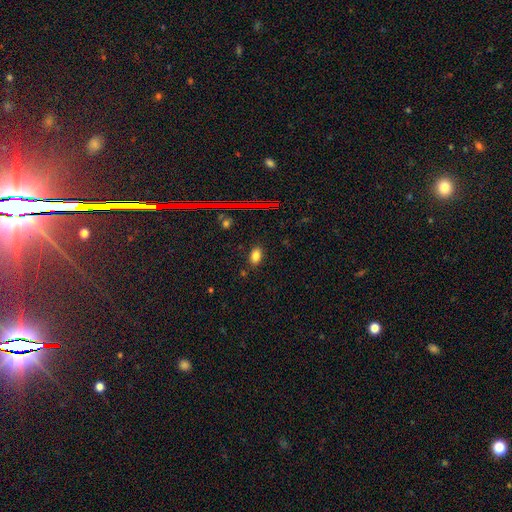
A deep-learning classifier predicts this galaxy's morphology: Q: Smooth or featured?
A: smooth (79%); runner-up: star or artifact (14%)
Q: How rounded?
A: in between (87%); runner-up: round (11%)
Q: Merging?
A: none (85%); runner-up: minor disturbance (11%)